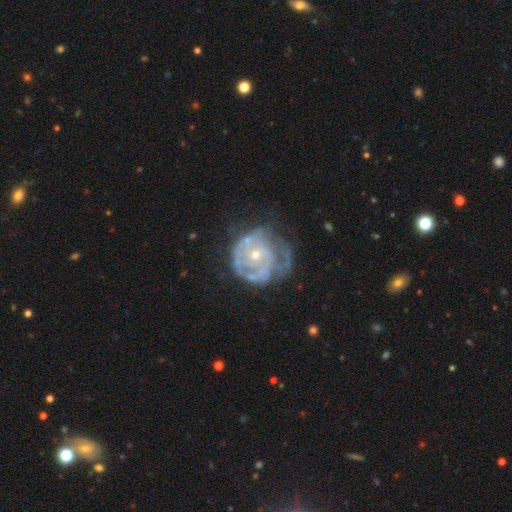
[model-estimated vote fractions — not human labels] A featured or disk galaxy (78%) with no bar (80%), tight (63%) spiral arms (73%) and a small central bulge (59%). Merging: none (44%).